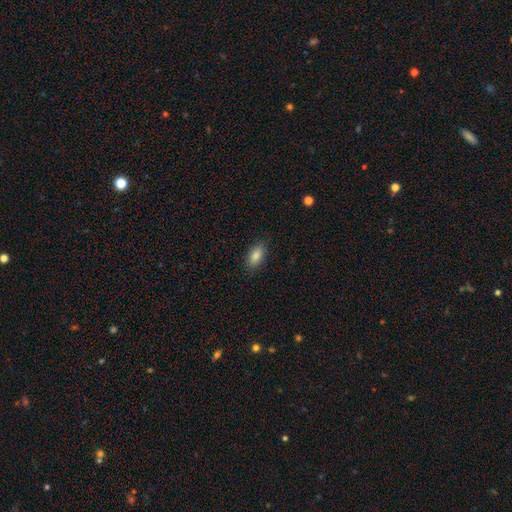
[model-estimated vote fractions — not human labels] smooth-or-featured: smooth: 85% | star or artifact: 8% | featured or disk: 7%
  how-rounded: in between: 89% | cigar-shaped: 7% | round: 4%
  merging: none: 87% | minor disturbance: 10% | major disturbance: 2% | merger: 1%